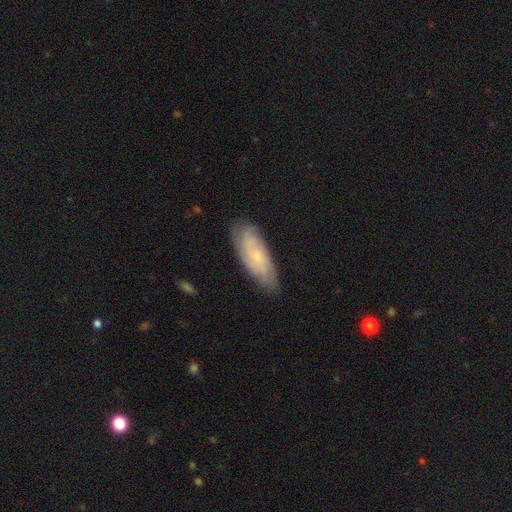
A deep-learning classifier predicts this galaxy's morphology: featured or disk 54%, smooth 39%, star or artifact 7%. Down the decision tree: edge-on disk — no (85%); merging — none (76%).